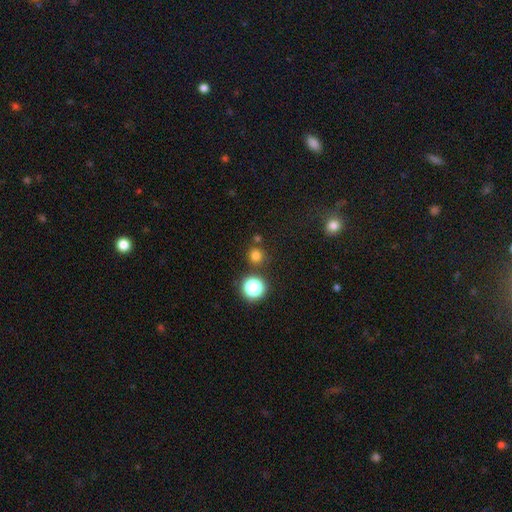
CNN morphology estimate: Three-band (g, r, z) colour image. It shows a smooth galaxy with no disk features (74%) that is round (94%). Merging: none (83%).